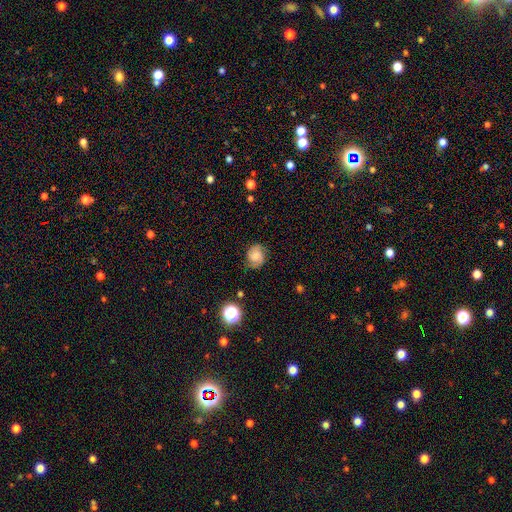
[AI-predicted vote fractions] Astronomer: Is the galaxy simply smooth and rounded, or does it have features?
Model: smooth — 55% (runner-up: featured or disk, 32%).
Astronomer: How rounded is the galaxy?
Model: round — 62% (runner-up: in between, 37%).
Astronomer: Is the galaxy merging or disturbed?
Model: none — 67%.